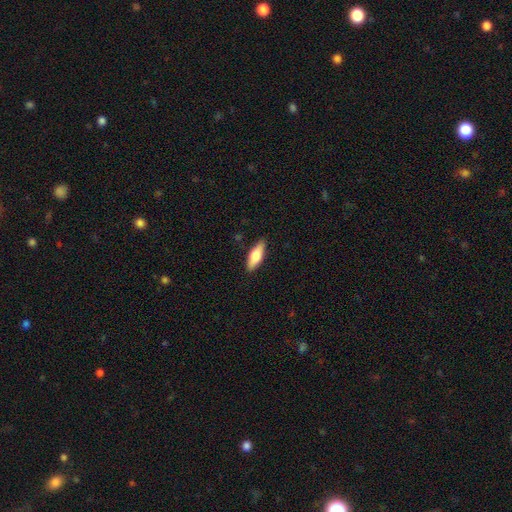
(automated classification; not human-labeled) Smooth or featured? smooth (67%)
How rounded? in between (60%)
Merging? none (86%)